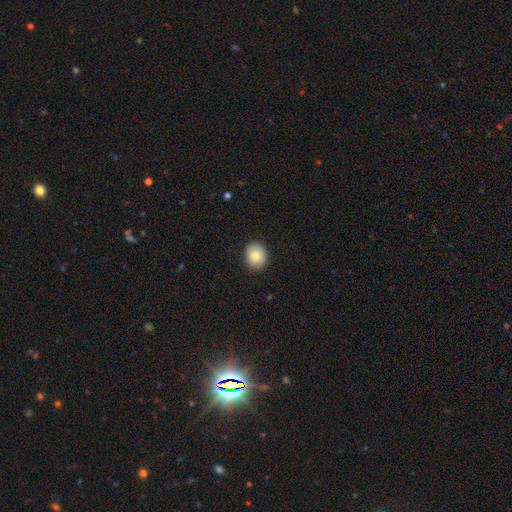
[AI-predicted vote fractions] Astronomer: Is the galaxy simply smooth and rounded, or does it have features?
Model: smooth — 84%.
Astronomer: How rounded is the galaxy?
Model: round — 64%.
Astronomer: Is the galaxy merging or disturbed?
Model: none — 90%.